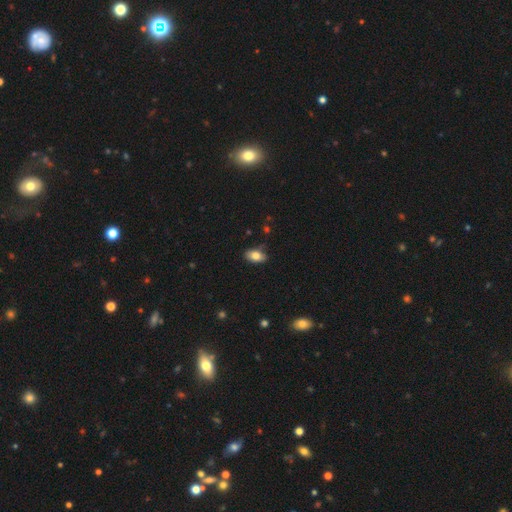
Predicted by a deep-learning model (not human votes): This is clearly a smooth galaxy (81%). How rounded: clearly in between (90%). Merging: likely none (77%).